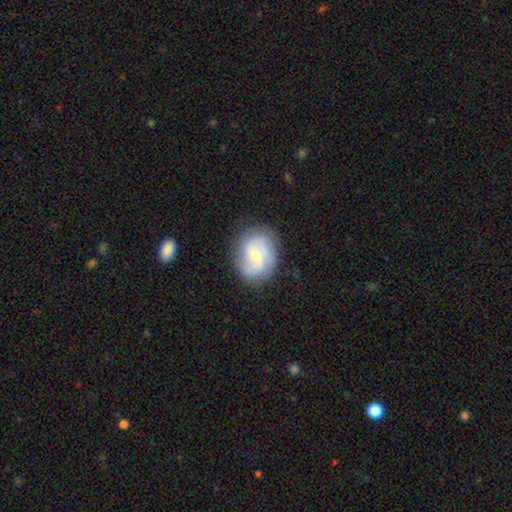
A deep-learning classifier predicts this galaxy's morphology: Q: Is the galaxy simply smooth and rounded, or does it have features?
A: featured or disk — 69%.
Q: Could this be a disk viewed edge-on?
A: no — 97%.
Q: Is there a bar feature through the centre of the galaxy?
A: no — 56%.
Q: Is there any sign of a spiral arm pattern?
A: yes — 89%.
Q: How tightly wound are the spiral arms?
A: medium — 42%.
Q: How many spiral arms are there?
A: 2 — 43%.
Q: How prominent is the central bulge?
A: small — 53%.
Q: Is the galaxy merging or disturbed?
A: none — 79%.